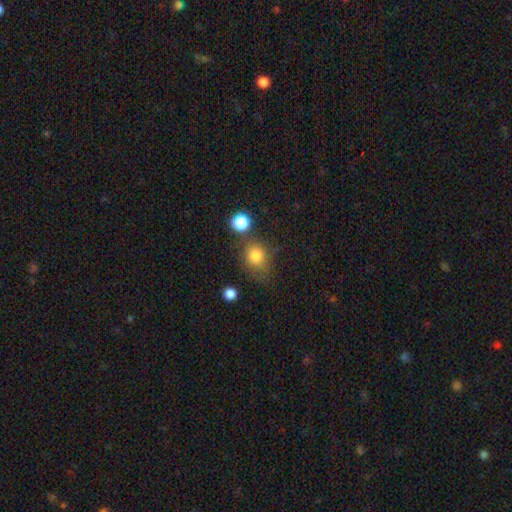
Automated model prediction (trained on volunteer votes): Smooth or featured? Predicted: smooth (p=0.80). How rounded? Predicted: round (p=0.75). Merging? Predicted: none (p=0.62).